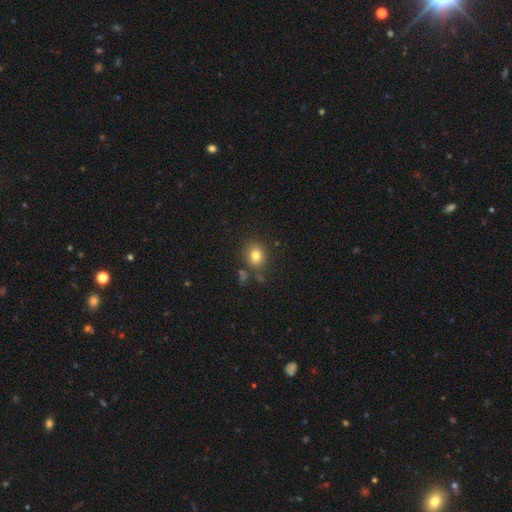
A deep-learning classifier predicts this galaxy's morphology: This appears to be a smooth galaxy with no disk features (79%) that is round (64%). Merging: none (76%).